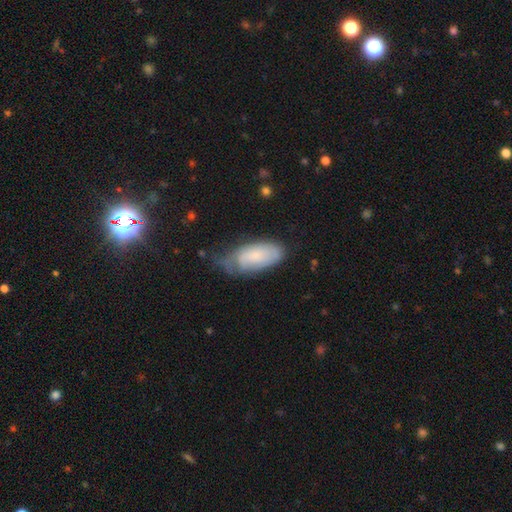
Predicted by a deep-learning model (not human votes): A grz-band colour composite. It shows a smooth galaxy with no disk features (59%) that is in between round and cigar-shaped (88%). Merging: none (40%).